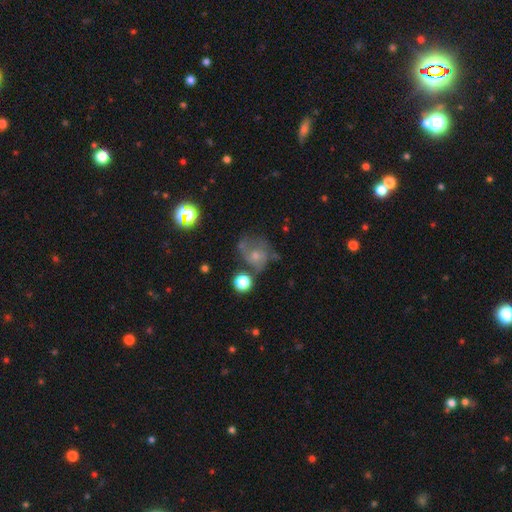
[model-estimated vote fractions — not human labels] Morphology: type=featured or disk (45%); merging=none (39%).